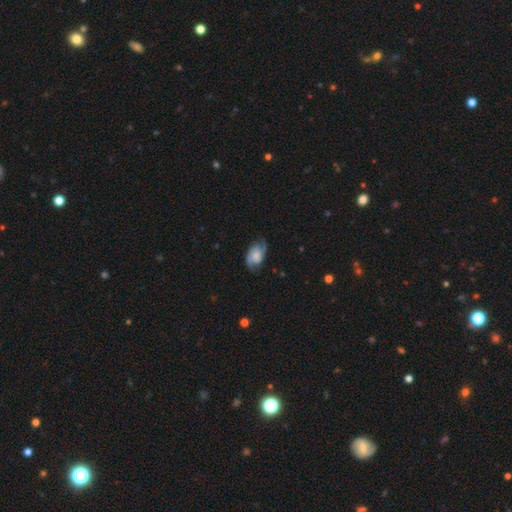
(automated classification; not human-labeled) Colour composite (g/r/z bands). It shows a featured or disk galaxy (75%) with no bar (57%), 2 (86%) medium (48%) spiral arms (95%) and a moderate central bulge (29%). Merging: none (73%).